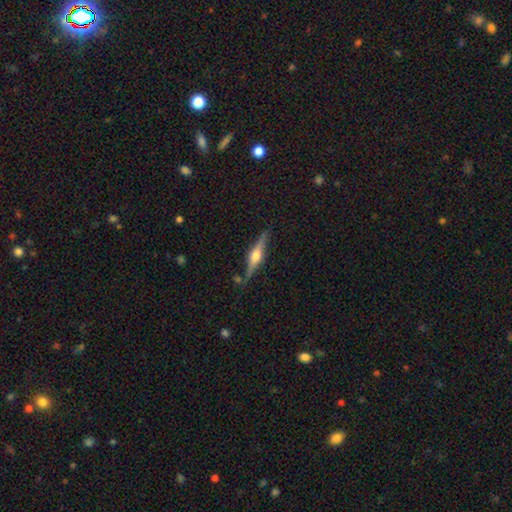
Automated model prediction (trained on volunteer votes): Q: Smooth or featured?
A: featured or disk (76%); runner-up: smooth (18%)
Q: Edge-on disk?
A: yes (97%); runner-up: no (3%)
Q: Edge-on bulge?
A: rounded (92%); runner-up: boxy (6%)
Q: Merging?
A: none (83%); runner-up: minor disturbance (11%)